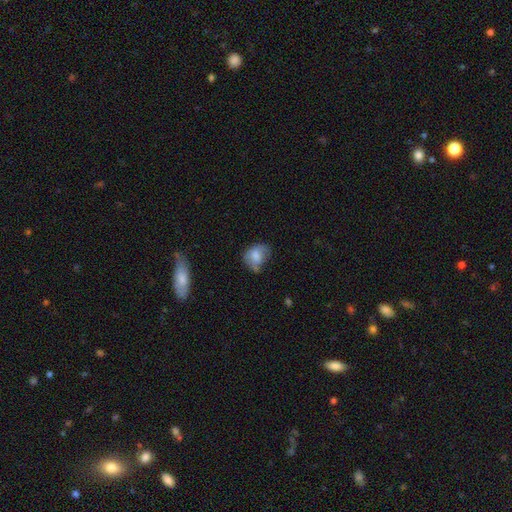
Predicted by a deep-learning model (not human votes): smooth 73%, featured or disk 19%, star or artifact 8%. Down the decision tree: how rounded — in between (64%); merging — none (45%).